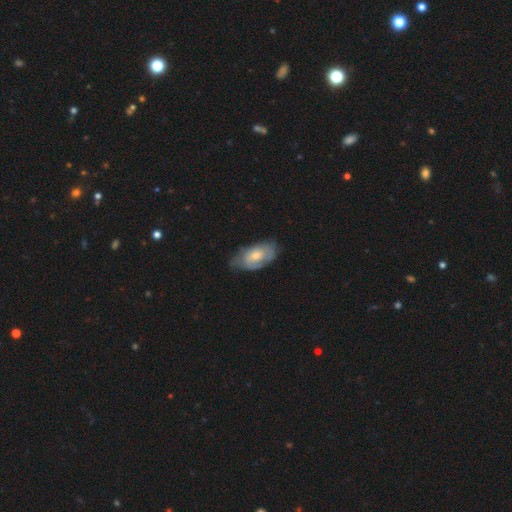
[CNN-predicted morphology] A featured or disk galaxy (47%, tied with smooth). Merging: none (52%).